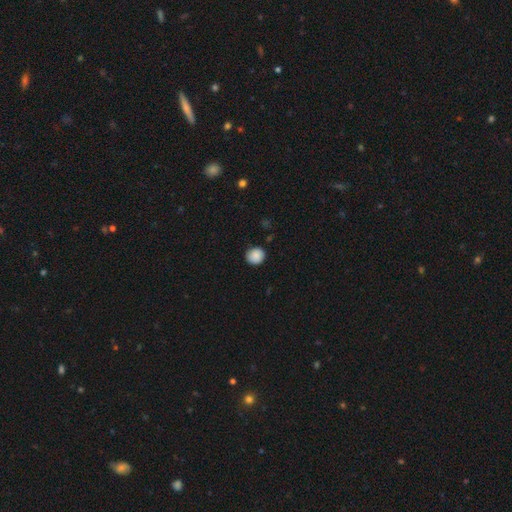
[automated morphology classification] This appears to be a smooth galaxy with no disk features (89%) that is round (86%). Merging: none (87%).